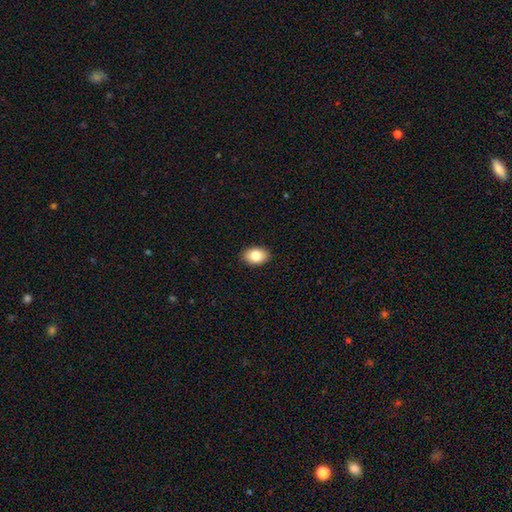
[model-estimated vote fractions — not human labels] Q: Smooth or featured?
A: smooth (83%); runner-up: featured or disk (9%)
Q: How rounded?
A: in between (84%); runner-up: round (15%)
Q: Merging?
A: none (90%); runner-up: minor disturbance (7%)